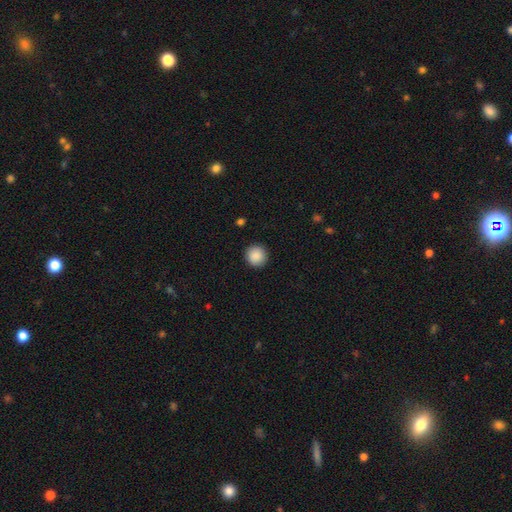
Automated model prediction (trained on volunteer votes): smooth 89%, star or artifact 8%, featured or disk 3%. Down the decision tree: how rounded — round (95%); merging — none (92%).